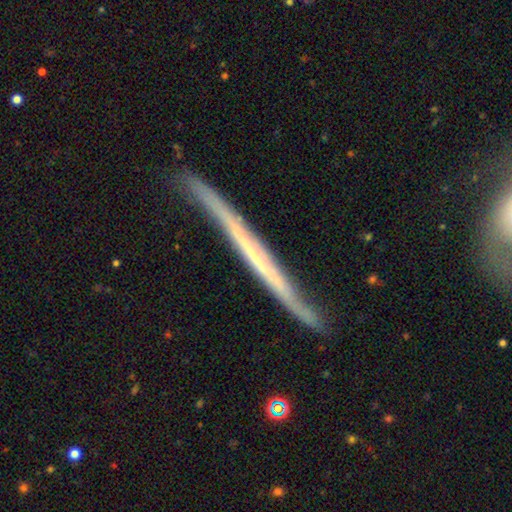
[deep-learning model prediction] Morphology: type=featured or disk (70%); edge-on=yes (92%); edge-on bulge=none (85%); merging=none (74%).